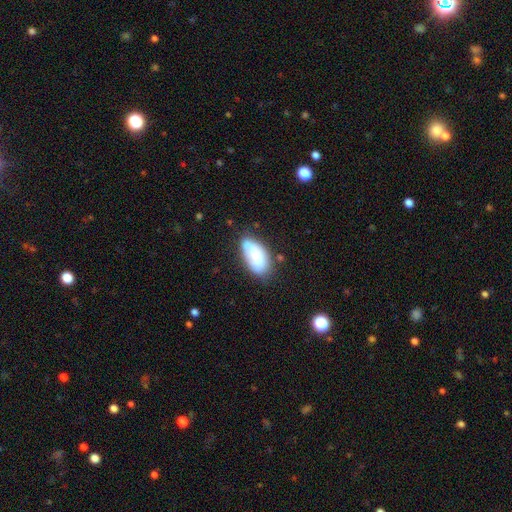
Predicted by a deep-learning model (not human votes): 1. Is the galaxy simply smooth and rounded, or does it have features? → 67% smooth, 26% featured or disk, 7% star or artifact.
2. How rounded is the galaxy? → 92% in between, 5% cigar-shaped, 3% round.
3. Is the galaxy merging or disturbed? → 64% none, 25% minor disturbance, 6% major disturbance, 4% merger.